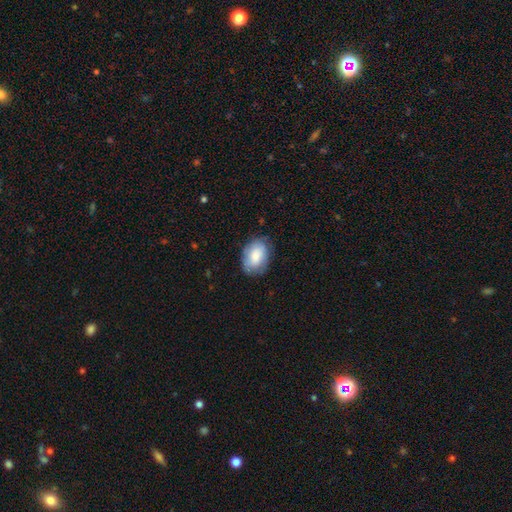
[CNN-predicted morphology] Q: Smooth or featured?
A: smooth (78%); runner-up: featured or disk (16%)
Q: How rounded?
A: in between (84%); runner-up: round (15%)
Q: Merging?
A: none (74%); runner-up: minor disturbance (20%)